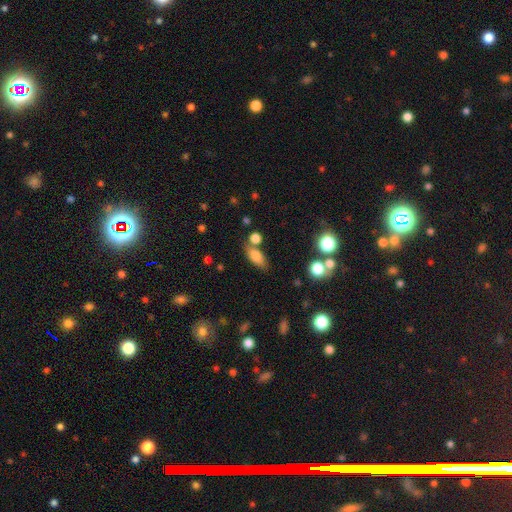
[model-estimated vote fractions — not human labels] A smooth galaxy with no disk features (79%) that is in between round and cigar-shaped (78%).

Vote fractions:
- Smooth or featured? smooth: 79% / featured or disk: 12% / star or artifact: 9%
- How rounded? in between: 78% / cigar-shaped: 15% / round: 6%
- Merging? none: 63% / merger: 18% / minor disturbance: 14% / major disturbance: 5%